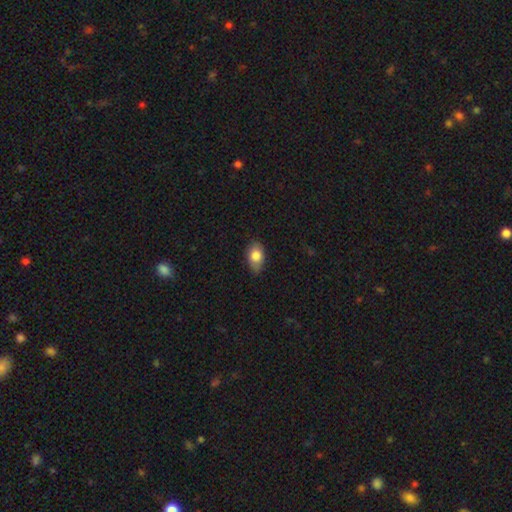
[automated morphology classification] A smooth galaxy with no disk features (81%) that is in between round and cigar-shaped (87%).

Vote fractions:
- Smooth or featured? smooth: 81% / featured or disk: 12% / star or artifact: 7%
- How rounded? in between: 87% / round: 11% / cigar-shaped: 2%
- Merging? none: 75% / minor disturbance: 20% / major disturbance: 3% / merger: 1%